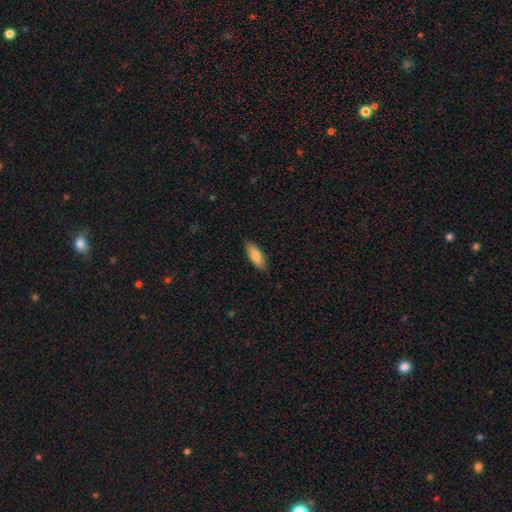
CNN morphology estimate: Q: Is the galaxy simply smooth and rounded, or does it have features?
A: smooth — 83%.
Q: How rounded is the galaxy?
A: in between — 69%.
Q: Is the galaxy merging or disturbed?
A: none — 86%.